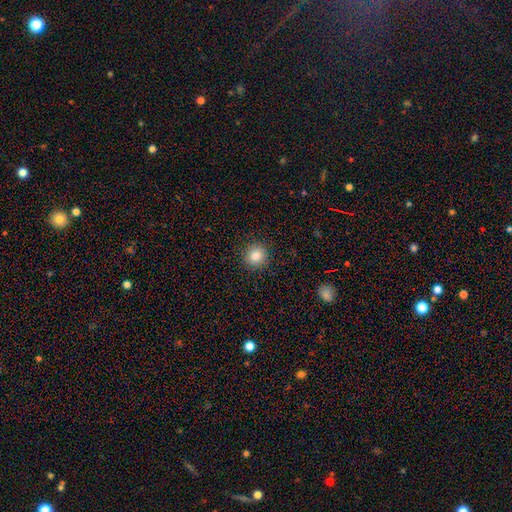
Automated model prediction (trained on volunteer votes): A smooth galaxy with no disk features (84%) that is round (93%).

Vote fractions:
- Smooth or featured? smooth: 84% / star or artifact: 10% / featured or disk: 6%
- How rounded? round: 93% / in between: 7% / cigar-shaped: 1%
- Merging? none: 91% / minor disturbance: 6% / major disturbance: 2% / merger: 1%